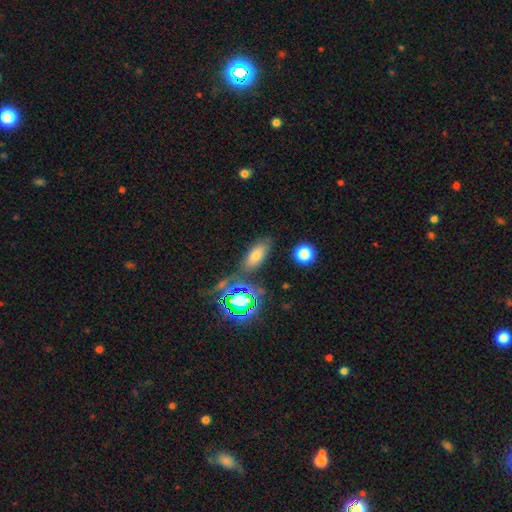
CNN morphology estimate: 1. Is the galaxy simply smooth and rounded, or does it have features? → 63% smooth, 22% star or artifact, 14% featured or disk.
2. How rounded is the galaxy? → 78% in between, 15% cigar-shaped, 6% round.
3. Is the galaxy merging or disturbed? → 77% none, 13% minor disturbance, 6% merger, 5% major disturbance.